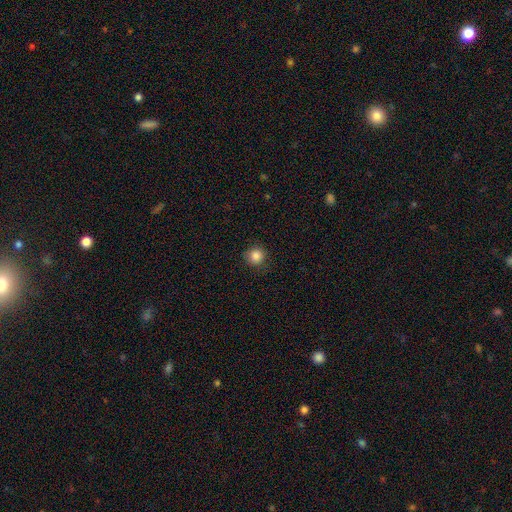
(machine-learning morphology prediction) smooth 85%, star or artifact 11%, featured or disk 4%. Down the decision tree: how rounded — round (93%); merging — none (87%).